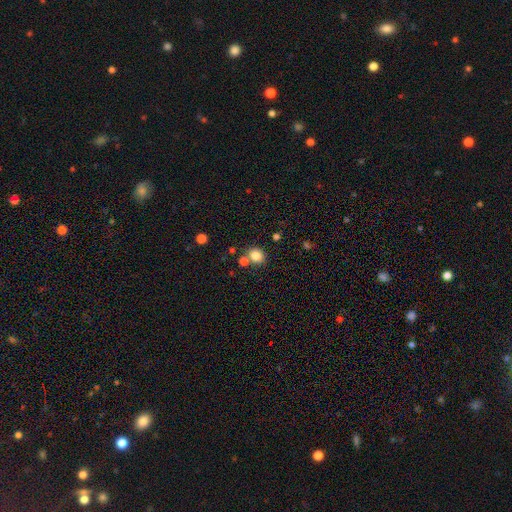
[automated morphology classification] Q: Smooth or featured?
A: smooth (83%); runner-up: star or artifact (11%)
Q: How rounded?
A: round (69%); runner-up: in between (30%)
Q: Merging?
A: none (66%); runner-up: merger (20%)